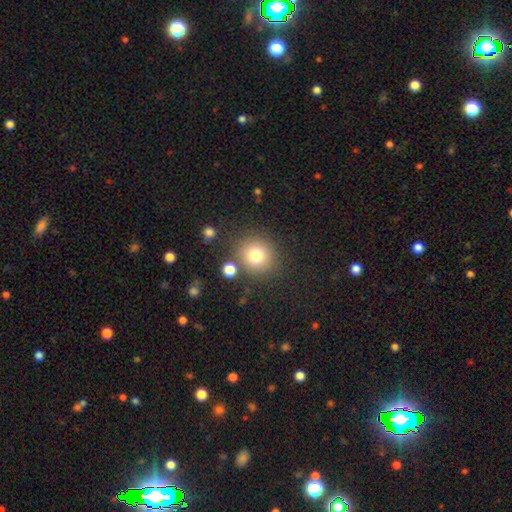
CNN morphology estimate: Smooth or featured?
  - smooth: 78% *
  - star or artifact: 13%
  - featured or disk: 9%
How rounded?
  - round: 87% *
  - in between: 12%
  - cigar-shaped: 1%
Merging?
  - none: 79% *
  - minor disturbance: 9%
  - merger: 8%
  - major disturbance: 4%